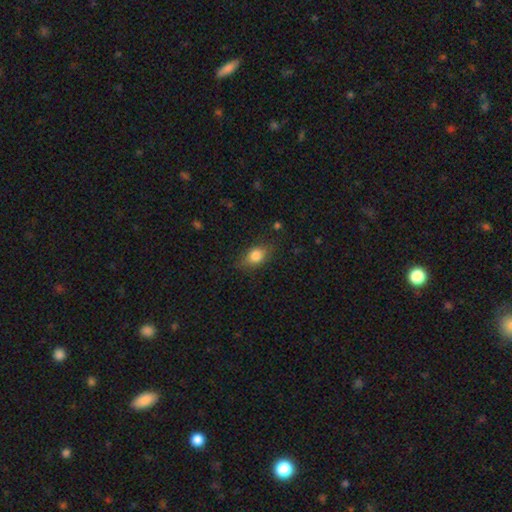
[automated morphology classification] A smooth galaxy with no disk features (80%) that is in between round and cigar-shaped (72%).

Vote fractions:
- Smooth or featured? smooth: 80% / featured or disk: 11% / star or artifact: 9%
- How rounded? in between: 72% / round: 24% / cigar-shaped: 4%
- Merging? none: 76% / minor disturbance: 18% / major disturbance: 5% / merger: 1%